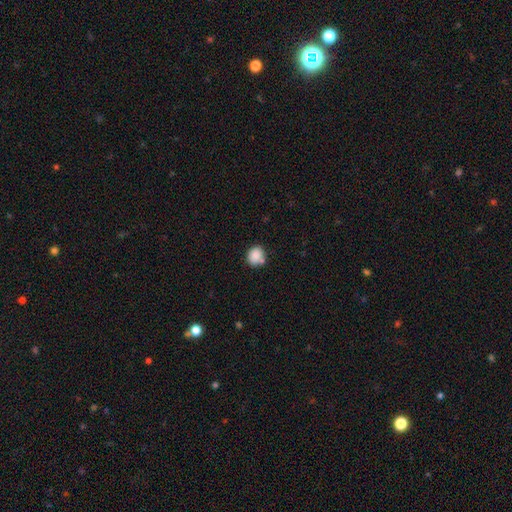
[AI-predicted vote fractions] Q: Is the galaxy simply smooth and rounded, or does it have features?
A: smooth — 86%.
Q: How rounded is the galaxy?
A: round — 68%.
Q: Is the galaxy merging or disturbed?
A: none — 68%.